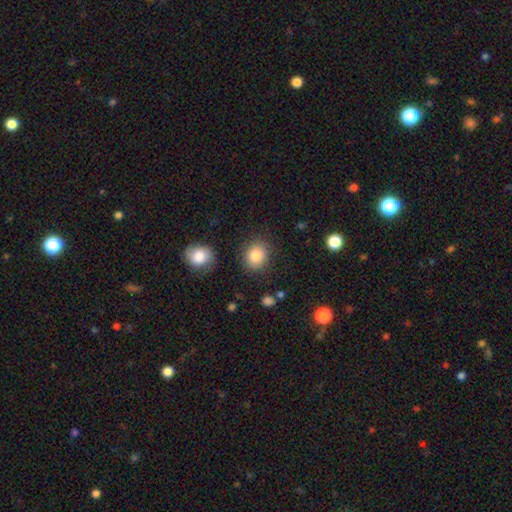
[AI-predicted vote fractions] This appears to be a smooth galaxy with no disk features (84%) that is round (69%). Merging: none (84%).